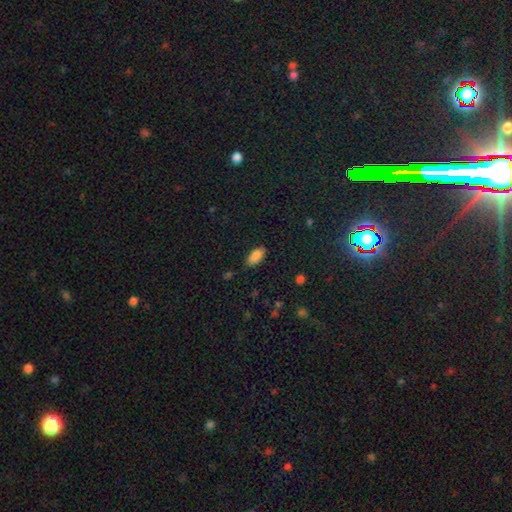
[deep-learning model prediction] smooth_or_featured: smooth (p=0.87) [alt: star or artifact p=0.08]
how_rounded: in between (p=0.92) [alt: cigar-shaped p=0.05]
merging: none (p=0.82) [alt: minor disturbance p=0.14]